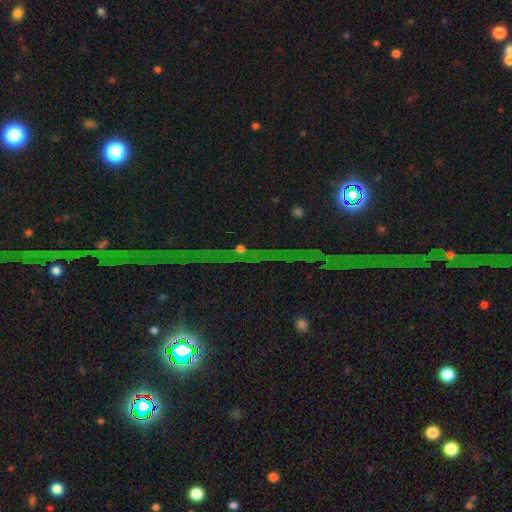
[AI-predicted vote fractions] smooth_or_featured: star or artifact (p=0.80) [alt: featured or disk p=0.11]